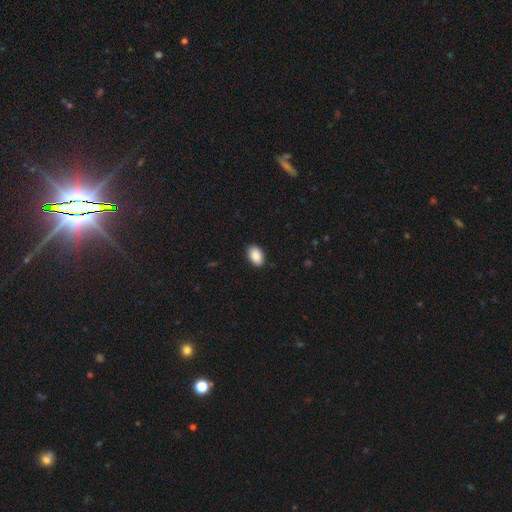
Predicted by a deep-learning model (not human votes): Q: Smooth or featured?
A: smooth (90%); runner-up: star or artifact (7%)
Q: How rounded?
A: in between (89%); runner-up: round (10%)
Q: Merging?
A: none (89%); runner-up: minor disturbance (8%)